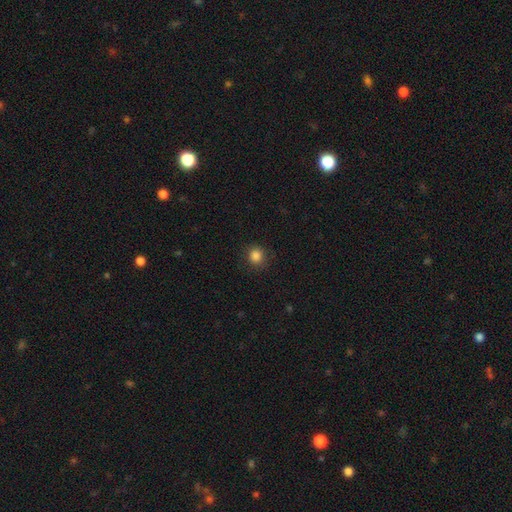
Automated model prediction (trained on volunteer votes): This appears to be a smooth galaxy with no disk features (85%) that is round (89%). Merging: none (86%).